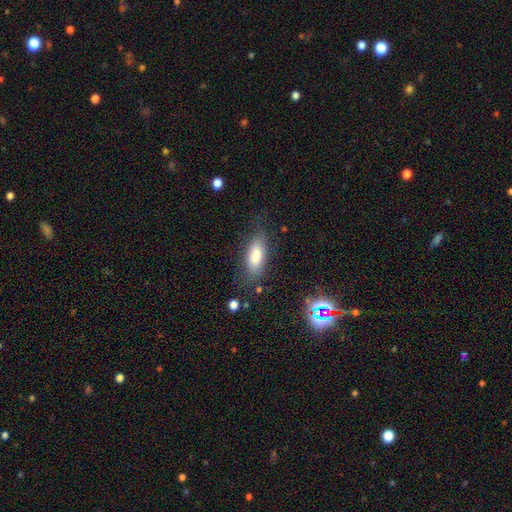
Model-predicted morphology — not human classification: This is likely a smooth galaxy (77%). How rounded: likely in between (76%). Merging: likely none (77%).